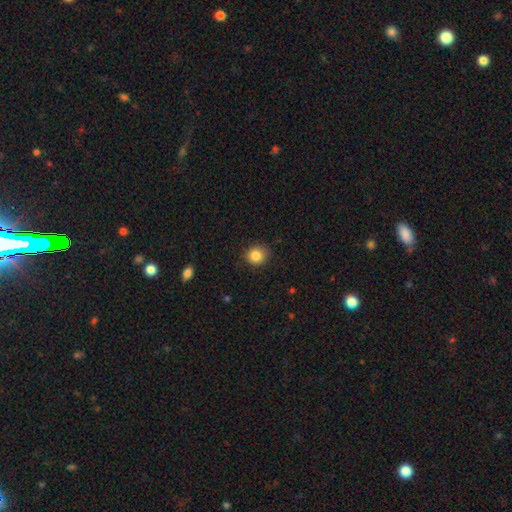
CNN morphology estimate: This is clearly a smooth galaxy (86%). How rounded: clearly round (84%). Merging: clearly none (85%).